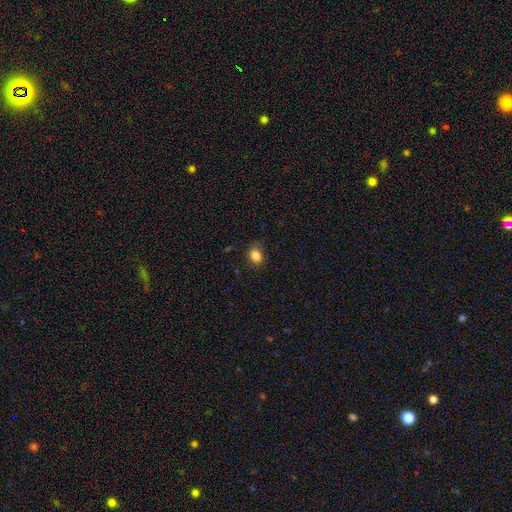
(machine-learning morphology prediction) Smooth or featured: smooth — 84% (star or artifact — 10%)
How rounded: in between — 61% (round — 38%)
Merging: none — 80% (minor disturbance — 15%)